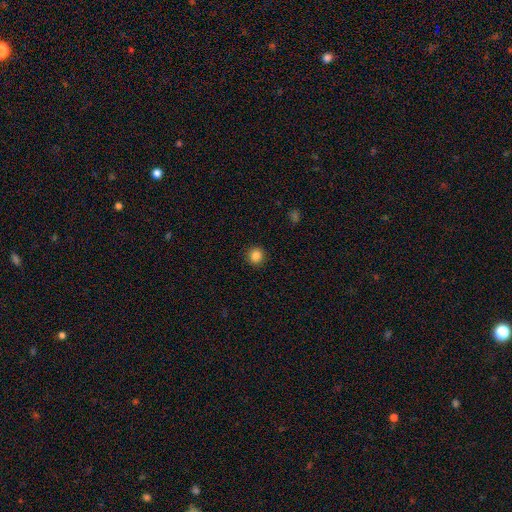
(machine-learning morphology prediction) Smooth or featured?
  - smooth: 86% *
  - star or artifact: 11%
  - featured or disk: 3%
How rounded?
  - round: 90% *
  - in between: 9%
  - cigar-shaped: 1%
Merging?
  - none: 92% *
  - minor disturbance: 6%
  - major disturbance: 2%
  - merger: 1%